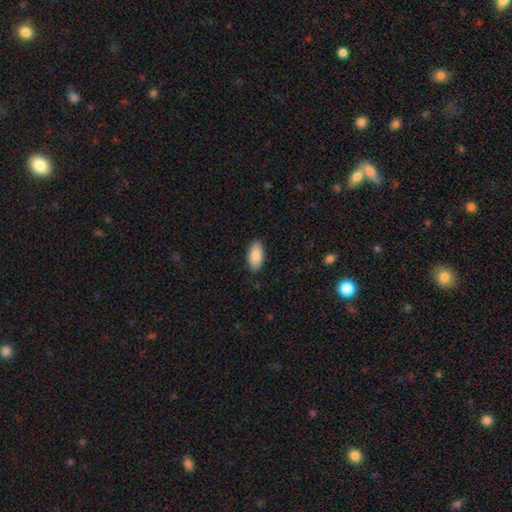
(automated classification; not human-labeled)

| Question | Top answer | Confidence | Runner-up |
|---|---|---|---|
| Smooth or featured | smooth | 88% | featured or disk (6%) |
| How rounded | in between | 92% | cigar-shaped (6%) |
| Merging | none | 87% | minor disturbance (10%) |